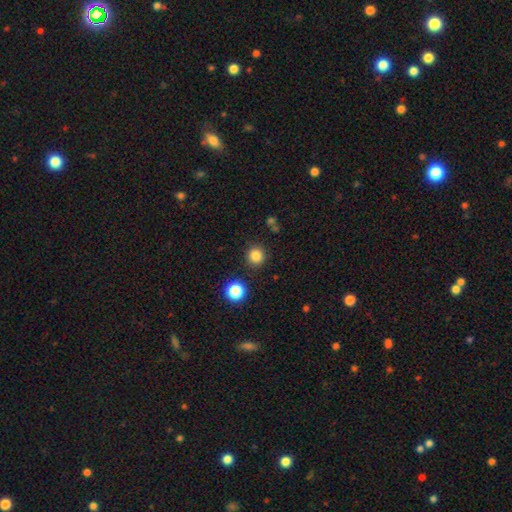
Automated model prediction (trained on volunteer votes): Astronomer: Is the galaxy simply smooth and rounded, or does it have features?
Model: smooth — 83%.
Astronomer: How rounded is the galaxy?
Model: round — 92%.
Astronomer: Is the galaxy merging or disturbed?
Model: none — 89%.